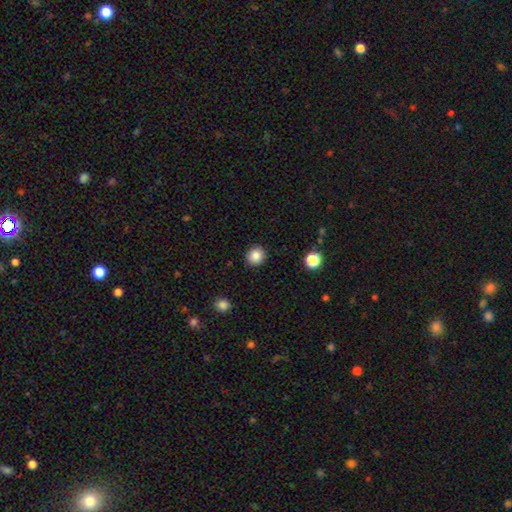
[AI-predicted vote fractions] smooth-or-featured: smooth: 85% | star or artifact: 10% | featured or disk: 5%
  how-rounded: round: 84% | in between: 15% | cigar-shaped: 1%
  merging: none: 90% | minor disturbance: 6% | major disturbance: 2% | merger: 1%